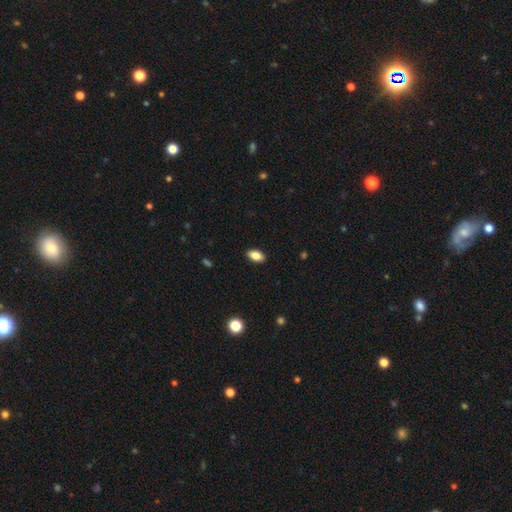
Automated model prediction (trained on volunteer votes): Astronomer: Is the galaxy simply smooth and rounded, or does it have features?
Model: smooth — 85%.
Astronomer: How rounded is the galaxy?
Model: in between — 91%.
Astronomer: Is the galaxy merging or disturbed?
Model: none — 89%.